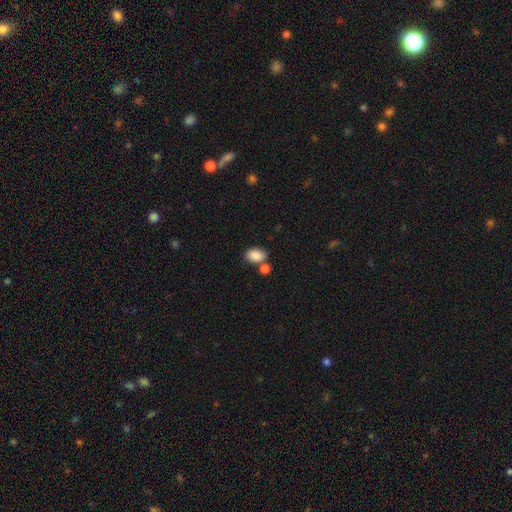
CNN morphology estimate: Overall: smooth (86%). How rounded: in between (84%). Merging: none (59%; merger 24%).